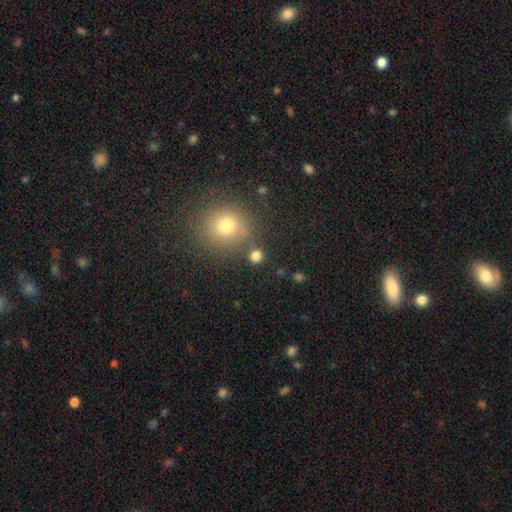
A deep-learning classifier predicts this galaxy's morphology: Q: Smooth or featured?
A: smooth (78%); runner-up: star or artifact (16%)
Q: How rounded?
A: round (88%); runner-up: in between (11%)
Q: Merging?
A: none (79%); runner-up: merger (10%)